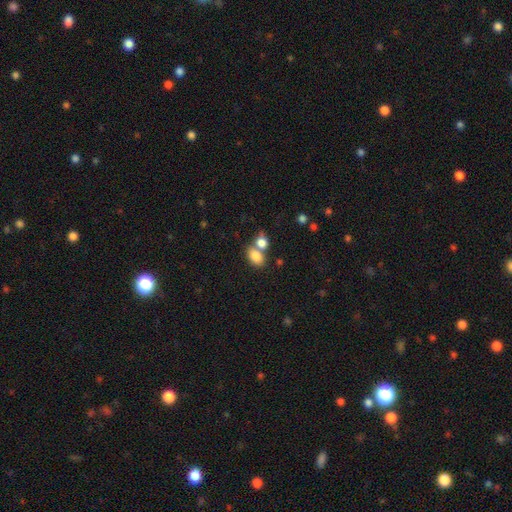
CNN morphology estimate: Q: Smooth or featured?
A: smooth (82%); runner-up: star or artifact (9%)
Q: How rounded?
A: in between (79%); runner-up: round (20%)
Q: Merging?
A: merger (44%); runner-up: none (42%)